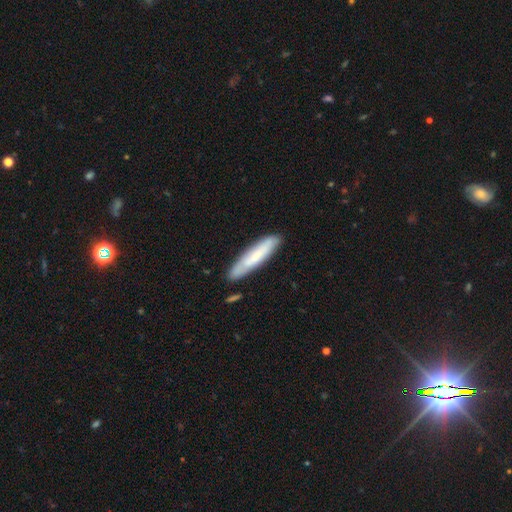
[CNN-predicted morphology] Overall: smooth (63%; featured or disk 31%). How rounded: cigar-shaped (84%). Merging: none (81%).